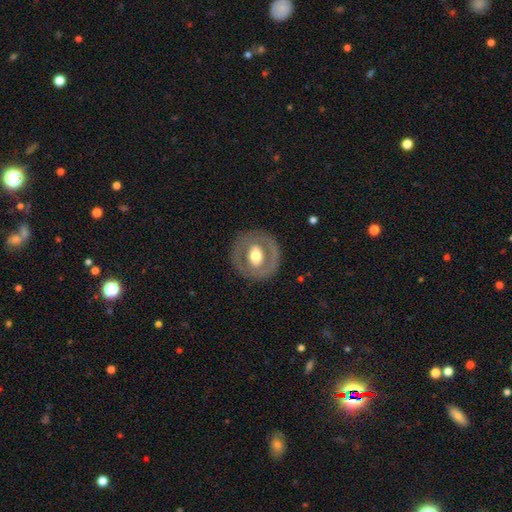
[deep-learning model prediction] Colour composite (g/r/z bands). It shows a featured or disk galaxy (58%) with no bar (50%), no spiral arms (83%) and a moderate central bulge (62%). Merging: none (82%).